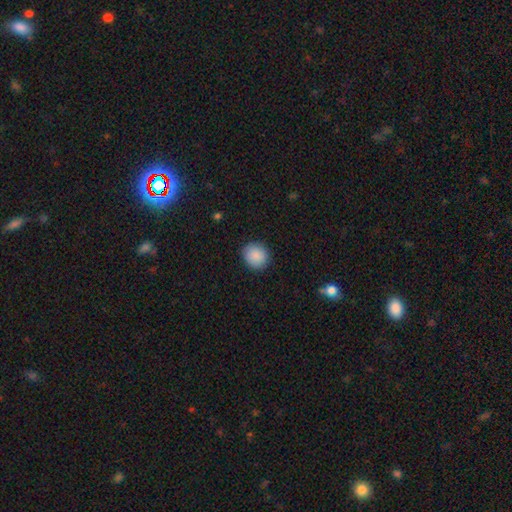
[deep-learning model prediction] Smooth or featured? Predicted: smooth (p=0.89). How rounded? Predicted: round (p=0.83). Merging? Predicted: none (p=0.90).